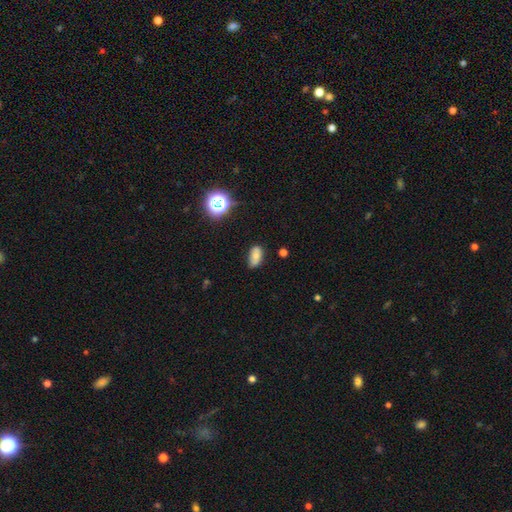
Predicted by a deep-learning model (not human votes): Smooth or featured?
  - smooth: 72% *
  - featured or disk: 14%
  - star or artifact: 13%
How rounded?
  - in between: 91% *
  - round: 6%
  - cigar-shaped: 3%
Merging?
  - none: 70% *
  - minor disturbance: 24%
  - major disturbance: 4%
  - merger: 2%